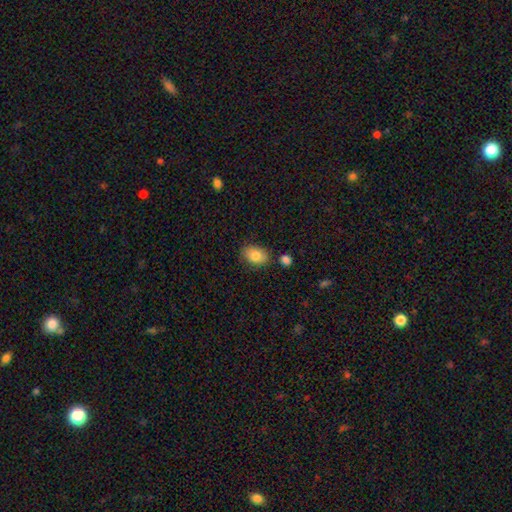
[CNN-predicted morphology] Overall: smooth (82%). How rounded: in between (79%). Merging: none (77%).